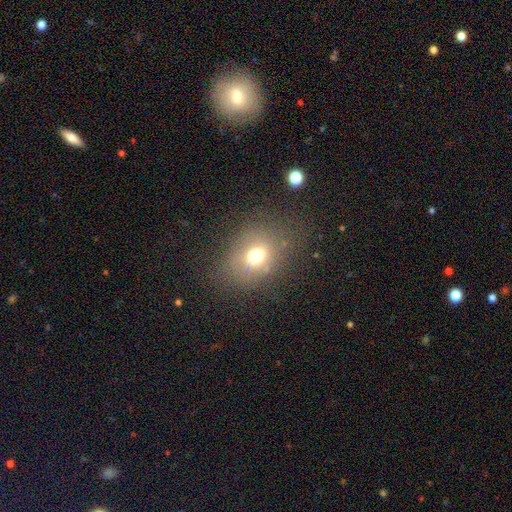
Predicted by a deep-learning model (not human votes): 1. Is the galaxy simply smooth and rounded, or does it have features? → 67% smooth, 17% star or artifact, 17% featured or disk.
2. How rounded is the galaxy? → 52% in between, 47% round, 1% cigar-shaped.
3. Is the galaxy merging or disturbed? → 69% none, 17% minor disturbance, 11% major disturbance, 2% merger.